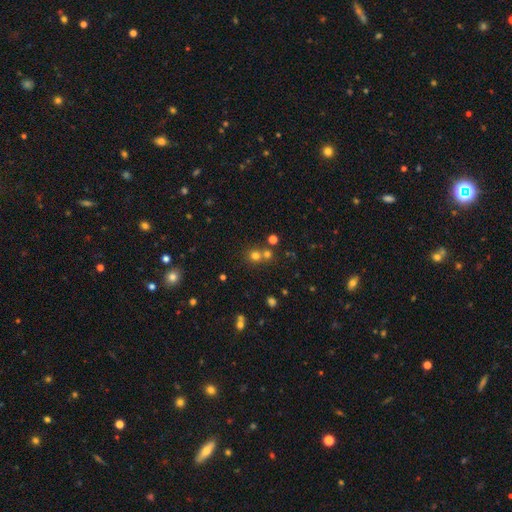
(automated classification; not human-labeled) smooth-or-featured: smooth: 69% | star or artifact: 22% | featured or disk: 9%
  how-rounded: round: 89% | in between: 10% | cigar-shaped: 1%
  merging: none: 56% | merger: 35% | minor disturbance: 6% | major disturbance: 3%